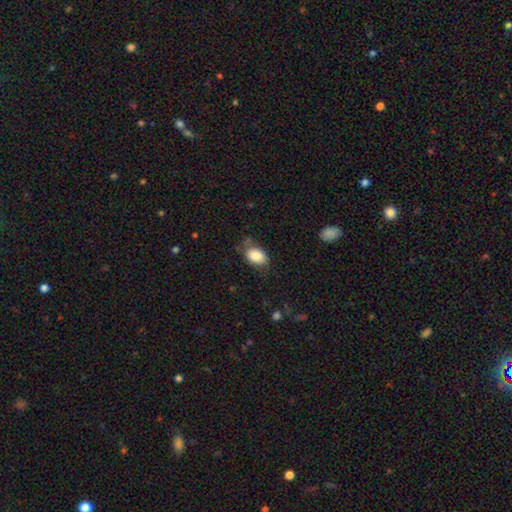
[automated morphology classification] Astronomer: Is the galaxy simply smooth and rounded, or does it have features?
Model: smooth — 85%.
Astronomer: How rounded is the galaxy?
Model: in between — 84%.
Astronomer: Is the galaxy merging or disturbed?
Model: none — 64%.